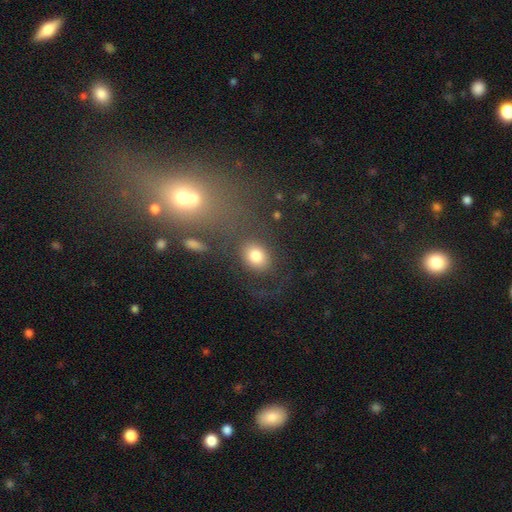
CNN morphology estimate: smooth_or_featured: smooth (p=0.78) [alt: featured or disk p=0.12]
how_rounded: in between (p=0.56) [alt: round p=0.42]
merging: none (p=0.70) [alt: minor disturbance p=0.13]